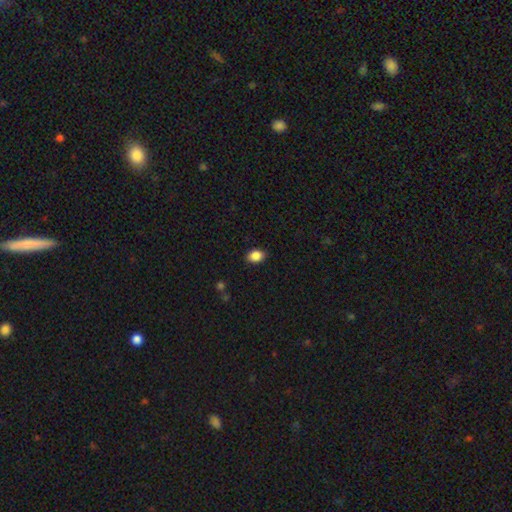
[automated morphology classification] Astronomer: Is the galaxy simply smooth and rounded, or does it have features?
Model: smooth — 88%.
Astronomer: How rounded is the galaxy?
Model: in between — 77%.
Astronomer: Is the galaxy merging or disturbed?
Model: none — 87%.